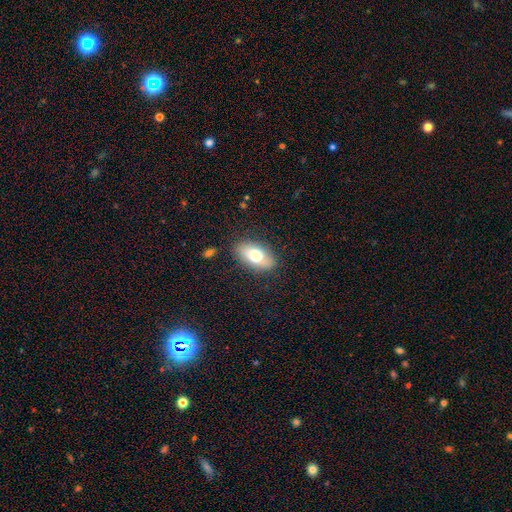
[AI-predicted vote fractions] Morphology: type=smooth (71%); roundness=in between (90%); merging=none (84%).